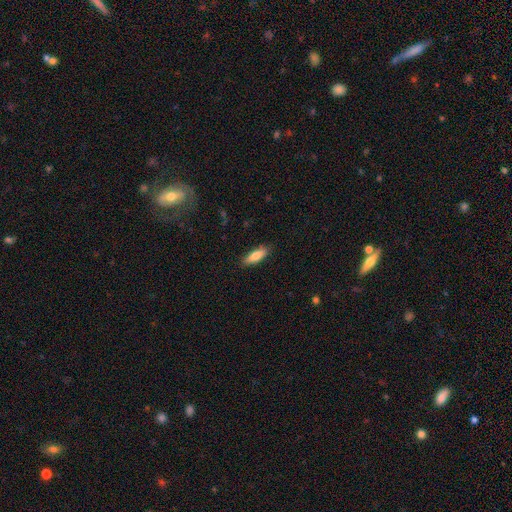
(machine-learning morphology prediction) smooth_or_featured: smooth (p=0.79) [alt: featured or disk p=0.15]
how_rounded: in between (p=0.55) [alt: cigar-shaped p=0.43]
merging: none (p=0.86) [alt: minor disturbance p=0.10]